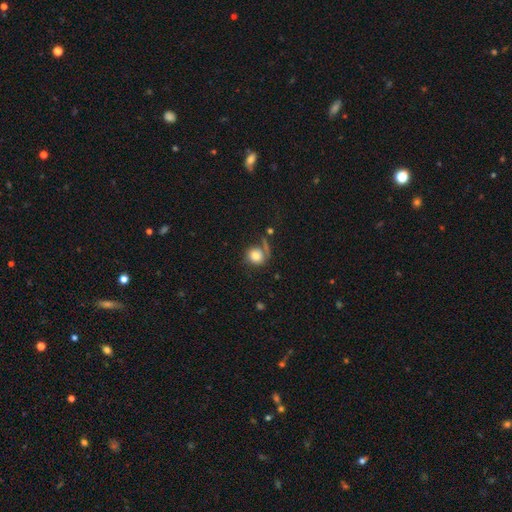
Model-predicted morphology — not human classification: Overall: smooth (74%). How rounded: round (82%). Merging: none (56%; minor disturbance 17%).